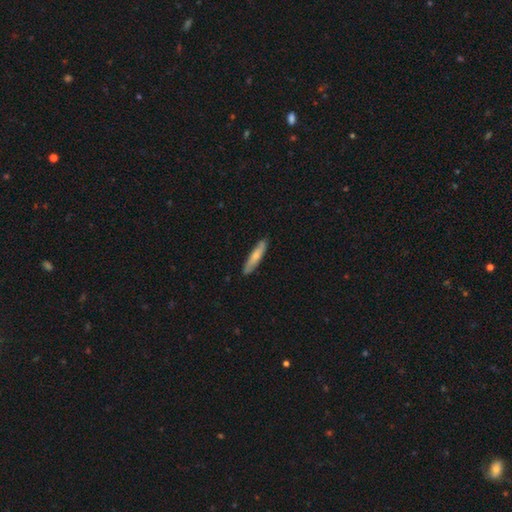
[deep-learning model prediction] smooth-or-featured: smooth: 67% | featured or disk: 28% | star or artifact: 5%
  how-rounded: cigar-shaped: 87% | in between: 11% | round: 1%
  merging: none: 87% | minor disturbance: 10% | major disturbance: 2% | merger: 1%